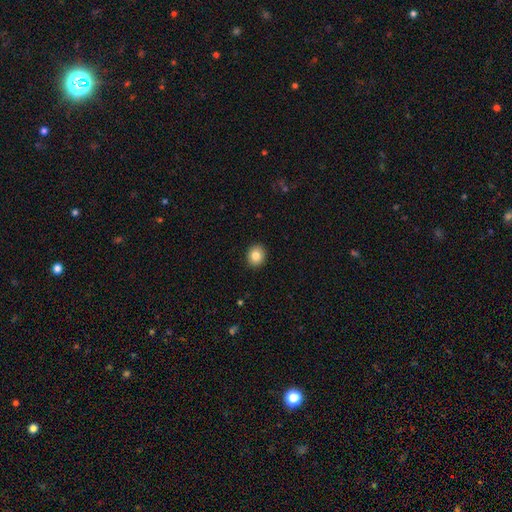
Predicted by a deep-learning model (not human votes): Q: Smooth or featured?
A: smooth (83%); runner-up: star or artifact (9%)
Q: How rounded?
A: round (72%); runner-up: in between (27%)
Q: Merging?
A: none (92%); runner-up: minor disturbance (6%)